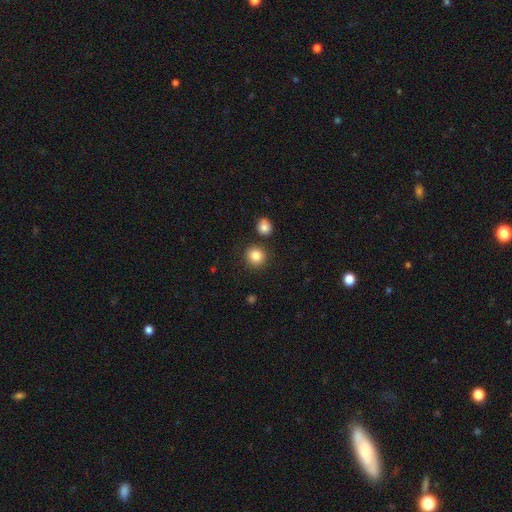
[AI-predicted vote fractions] Smooth or featured?
  - smooth: 85% *
  - star or artifact: 10%
  - featured or disk: 5%
How rounded?
  - round: 91% *
  - in between: 9%
  - cigar-shaped: 1%
Merging?
  - none: 85% *
  - minor disturbance: 7%
  - merger: 6%
  - major disturbance: 2%